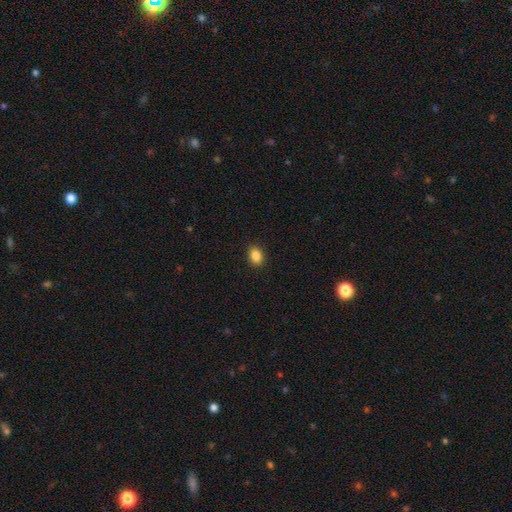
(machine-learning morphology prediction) This is clearly a smooth galaxy (87%). How rounded: likely in between (67%). Merging: clearly none (90%).